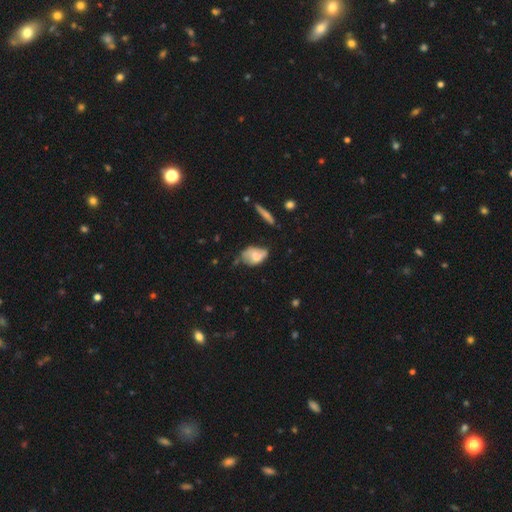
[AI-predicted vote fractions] A smooth galaxy with no disk features (57%) that is in between round and cigar-shaped (84%). Merging: none (39%, tied with minor disturbance).